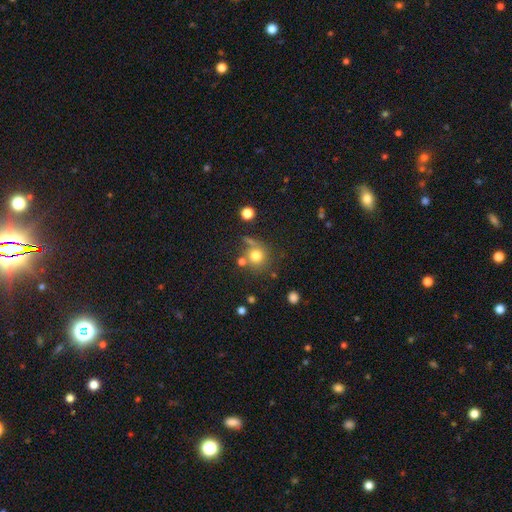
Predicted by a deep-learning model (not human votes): A smooth galaxy with no disk features (74%) that is round (89%). Merging: none (62%).